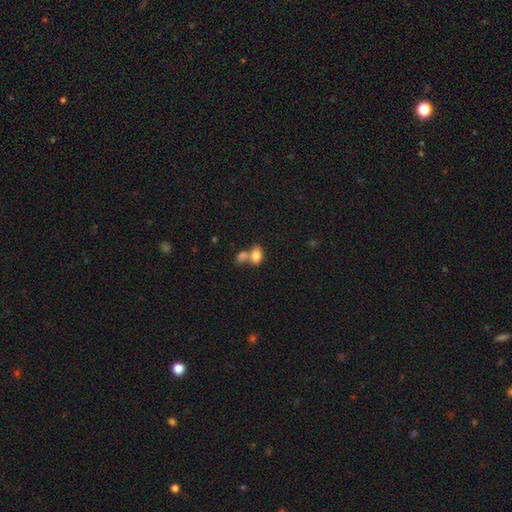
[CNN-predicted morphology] A smooth galaxy with no disk features (80%) that is in between round and cigar-shaped (80%). Merging: merger (53%).